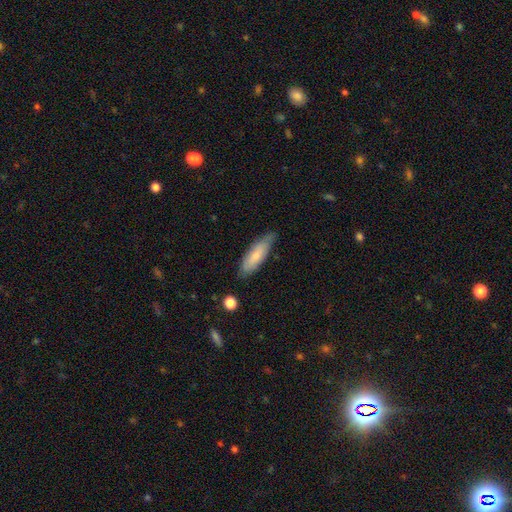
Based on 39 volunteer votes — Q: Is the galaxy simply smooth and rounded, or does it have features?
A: smooth — 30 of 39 (77%).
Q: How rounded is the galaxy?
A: cigar-shaped — 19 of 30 (63%).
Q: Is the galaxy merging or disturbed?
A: none — 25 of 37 (68%).